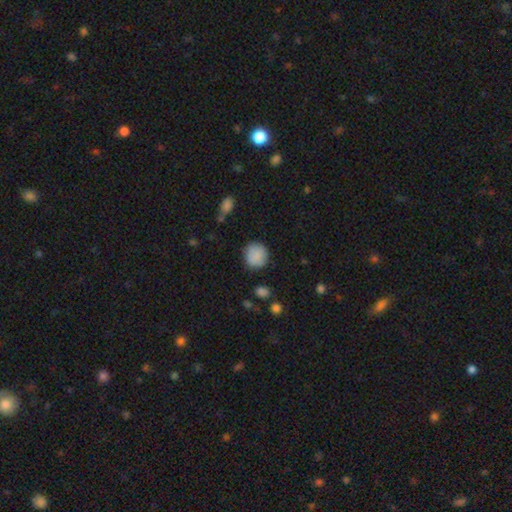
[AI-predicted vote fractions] This is clearly a smooth galaxy (87%). How rounded: clearly round (89%). Merging: clearly none (83%).